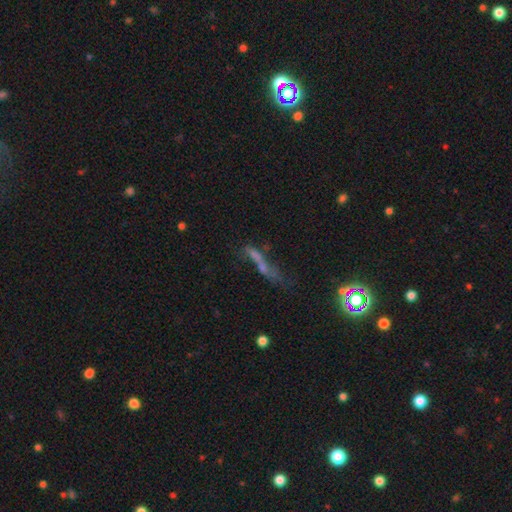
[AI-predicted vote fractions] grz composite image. It shows a smooth galaxy with no disk features (38%, tied with featured or disk). Merging: merger (30%, tied with none).